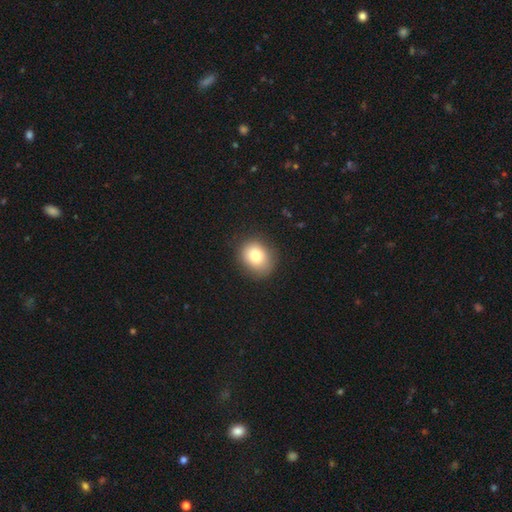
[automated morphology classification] type=smooth (79%); roundness=round (59%); merging=none (86%).